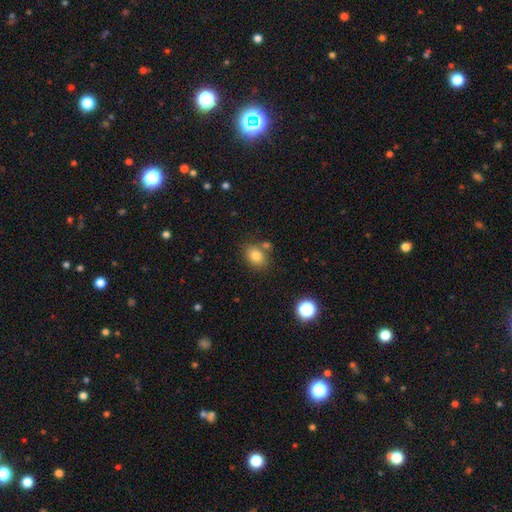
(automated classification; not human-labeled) Morphology: type=smooth (81%); roundness=in between (63%); merging=none (68%).